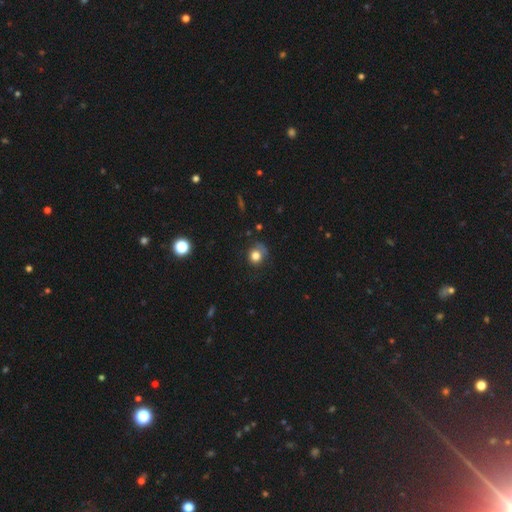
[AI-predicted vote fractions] smooth-or-featured: smooth: 76% | star or artifact: 12% | featured or disk: 12%
  how-rounded: round: 79% | in between: 20% | cigar-shaped: 1%
  merging: none: 58% | minor disturbance: 25% | major disturbance: 14% | merger: 3%